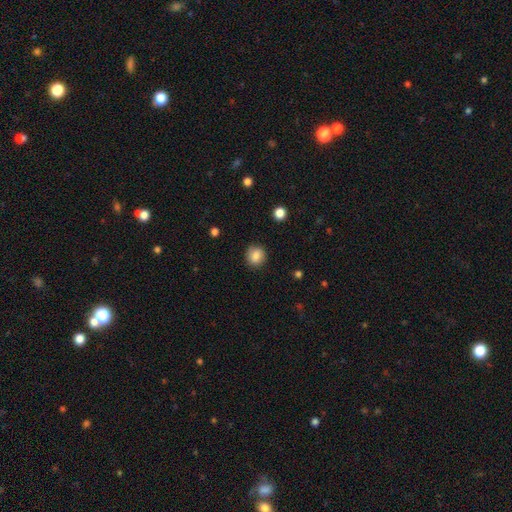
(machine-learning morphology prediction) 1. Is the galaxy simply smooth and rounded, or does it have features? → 86% smooth, 9% star or artifact, 5% featured or disk.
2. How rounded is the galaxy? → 86% round, 13% in between, 1% cigar-shaped.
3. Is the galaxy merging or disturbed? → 88% none, 9% minor disturbance, 3% major disturbance, 1% merger.